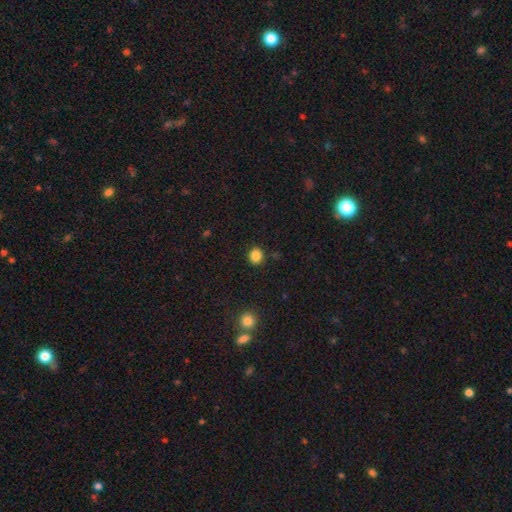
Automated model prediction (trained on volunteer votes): The model was most divided on "how rounded": round: 76%, in between: 23%, cigar-shaped: 1%. More confident: merging — none (89%); smooth or featured — smooth (85%).